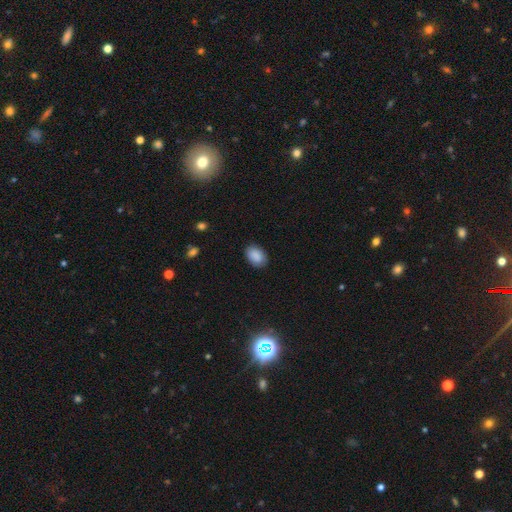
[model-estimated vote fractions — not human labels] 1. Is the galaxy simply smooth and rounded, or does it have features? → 89% smooth, 7% star or artifact, 4% featured or disk.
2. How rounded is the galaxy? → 83% in between, 16% round, 1% cigar-shaped.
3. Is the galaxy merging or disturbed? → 85% none, 11% minor disturbance, 3% major disturbance, 1% merger.